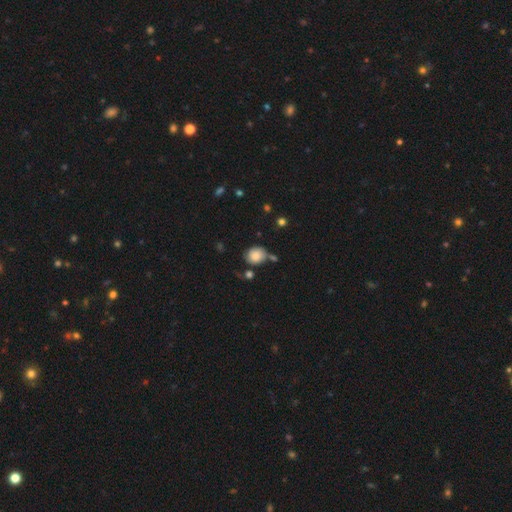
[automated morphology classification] smooth_or_featured: smooth (p=0.81) [alt: featured or disk p=0.10]
how_rounded: round (p=0.77) [alt: in between p=0.22]
merging: none (p=0.61) [alt: minor disturbance p=0.20]